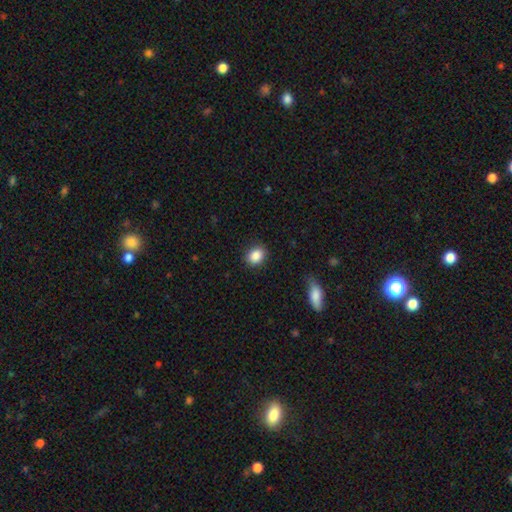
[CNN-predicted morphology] A smooth galaxy with no disk features (87%) that is round (50%). Merging: none (86%).